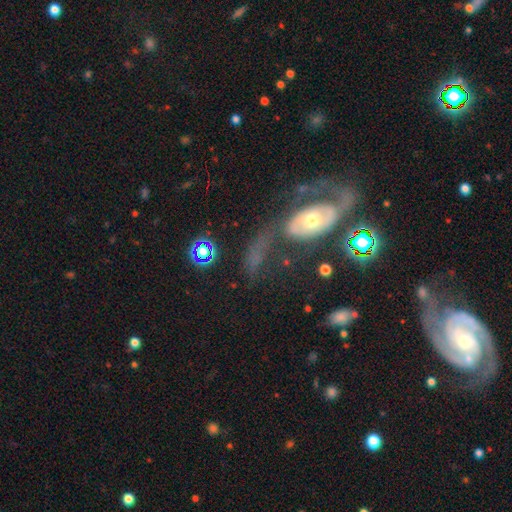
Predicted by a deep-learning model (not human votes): Smooth or featured? Predicted: featured or disk (p=0.54). Edge-on disk? Predicted: no (p=0.85). Merging? Predicted: major disturbance (p=0.37).